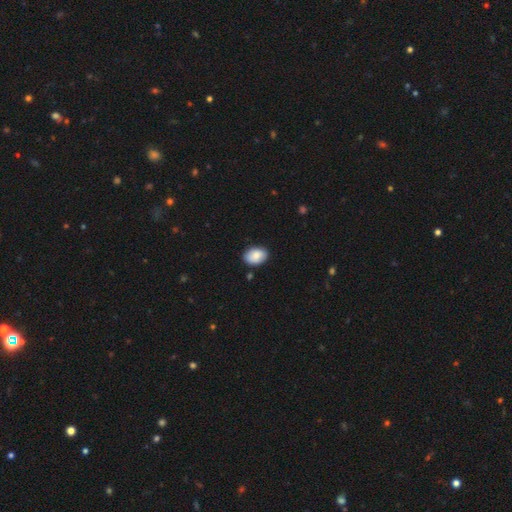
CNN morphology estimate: Smooth or featured? smooth (83%)
How rounded? in between (84%)
Merging? none (85%)